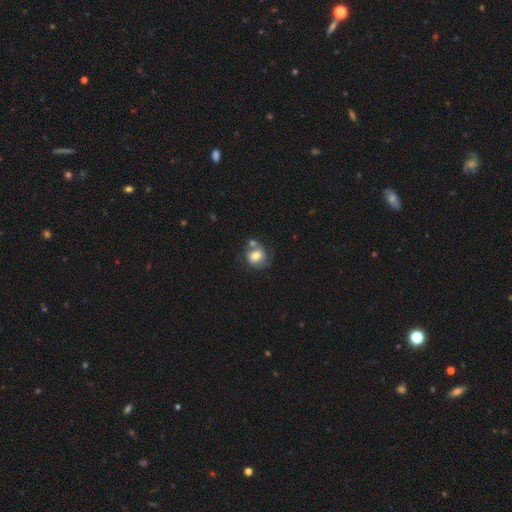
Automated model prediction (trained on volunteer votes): This is likely a smooth galaxy (61%). How rounded: likely round (70%). Merging: marginally none (38%).